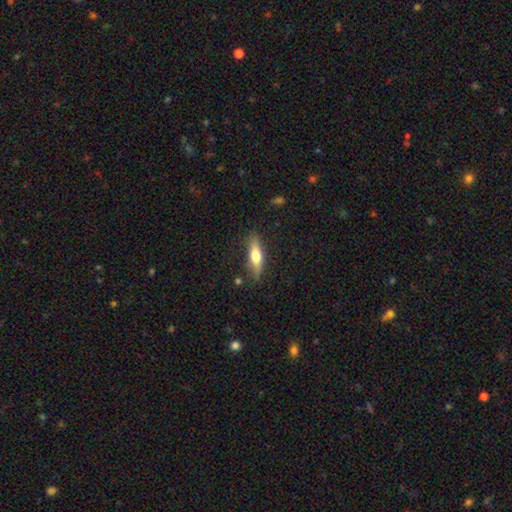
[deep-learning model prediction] Overall: smooth (55%; featured or disk 39%). How rounded: cigar-shaped (63%; in between 34%). Merging: none (82%).